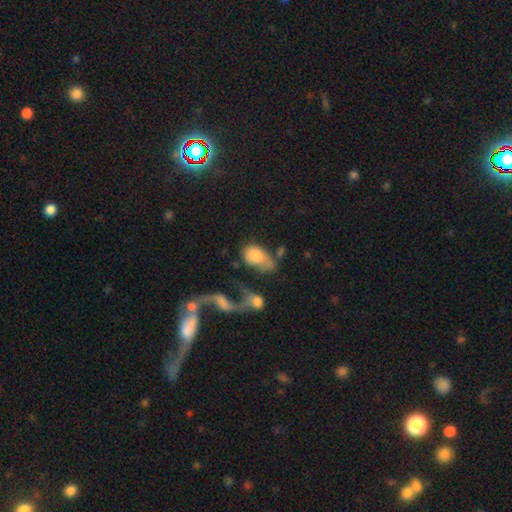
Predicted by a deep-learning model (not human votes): Smooth or featured? smooth (65%)
How rounded? in between (88%)
Merging? merger (35%)